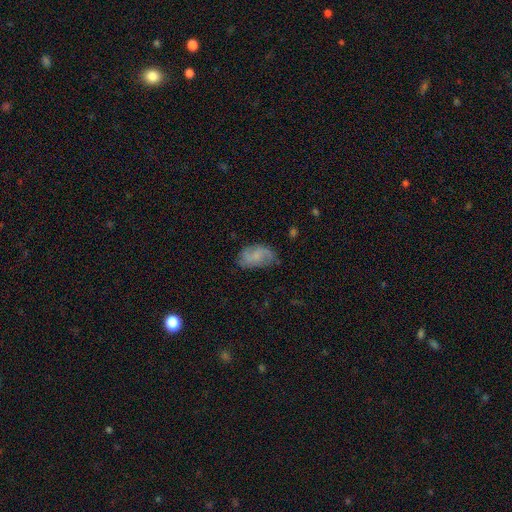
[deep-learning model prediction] smooth_or_featured: smooth (p=0.50) [alt: featured or disk p=0.41]
merging: none (p=0.63) [alt: minor disturbance p=0.26]